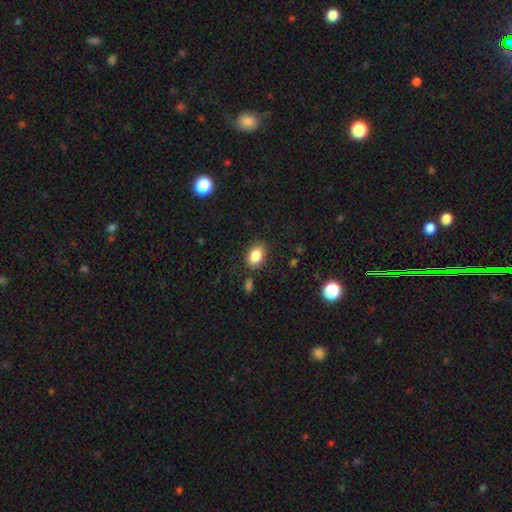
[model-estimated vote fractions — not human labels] Morphology: type=smooth (84%); roundness=in between (79%); merging=none (80%).